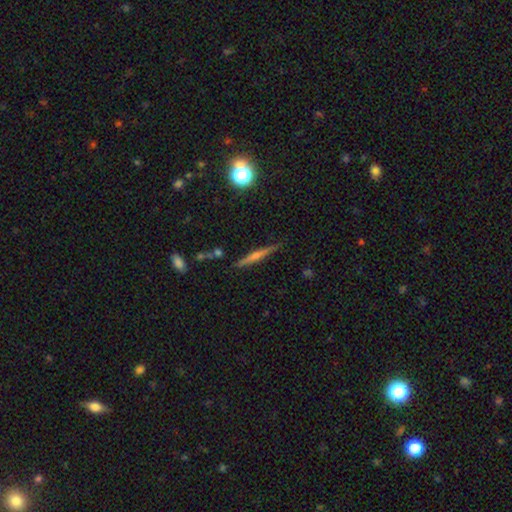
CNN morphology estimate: A featured or disk galaxy (59%) viewed edge-on (97%) with a rounded central bulge (62%).

Vote fractions:
- Smooth or featured? featured or disk: 59% / smooth: 31% / star or artifact: 10%
- Edge-on disk? yes: 97% / no: 3%
- Edge-on bulge? rounded: 62% / none: 27% / boxy: 12%
- Merging? none: 87% / minor disturbance: 9% / merger: 2% / major disturbance: 2%